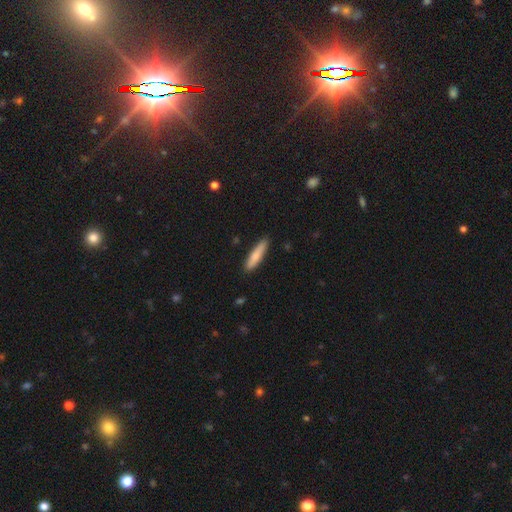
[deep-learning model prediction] Smooth or featured? Predicted: smooth (p=0.77). How rounded? Predicted: cigar-shaped (p=0.84). Merging? Predicted: none (p=0.88).